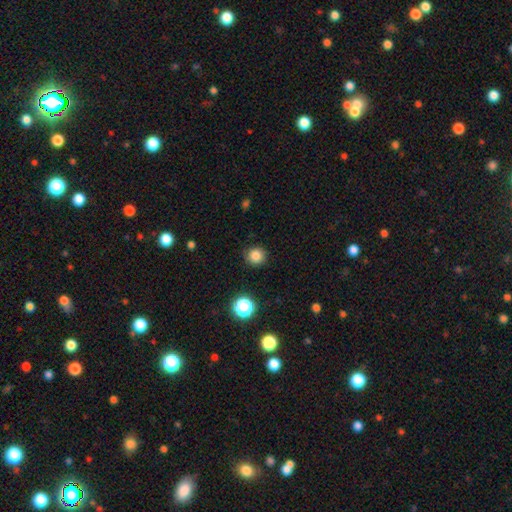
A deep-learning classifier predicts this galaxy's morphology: This appears to be a smooth galaxy with no disk features (83%) that is round (91%). Merging: none (88%).